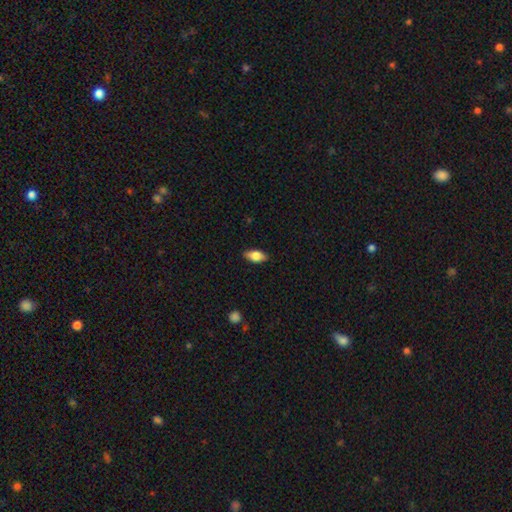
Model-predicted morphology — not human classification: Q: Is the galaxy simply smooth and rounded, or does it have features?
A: smooth — 77%.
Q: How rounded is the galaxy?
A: in between — 89%.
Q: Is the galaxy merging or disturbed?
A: none — 87%.